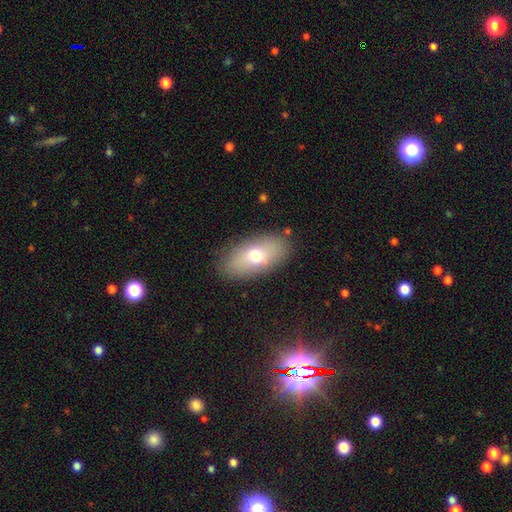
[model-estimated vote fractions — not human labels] A smooth galaxy with no disk features (68%) that is in between round and cigar-shaped (90%).

Vote fractions:
- Smooth or featured? smooth: 68% / featured or disk: 24% / star or artifact: 8%
- How rounded? in between: 90% / round: 5% / cigar-shaped: 5%
- Merging? none: 84% / minor disturbance: 10% / major disturbance: 4% / merger: 1%